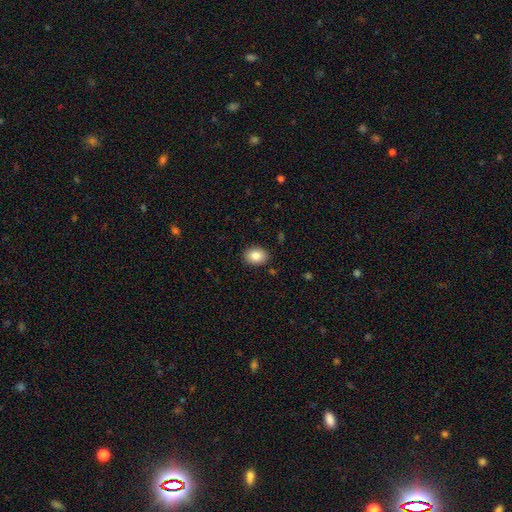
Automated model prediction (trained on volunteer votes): Smooth or featured: smooth — 85% (star or artifact — 8%)
How rounded: in between — 70% (round — 29%)
Merging: none — 89% (minor disturbance — 8%)